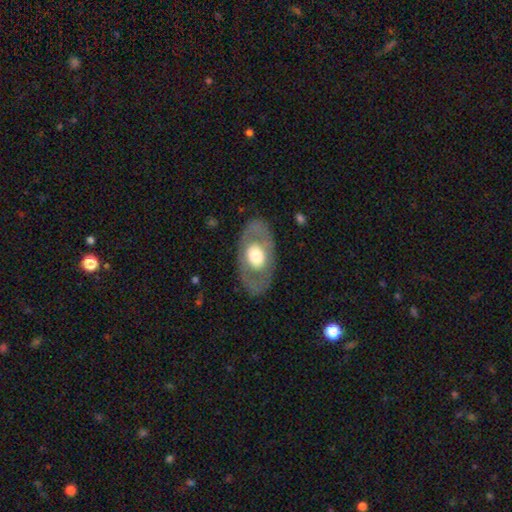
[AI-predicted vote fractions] Smooth or featured? featured or disk (50%)
Merging? none (81%)